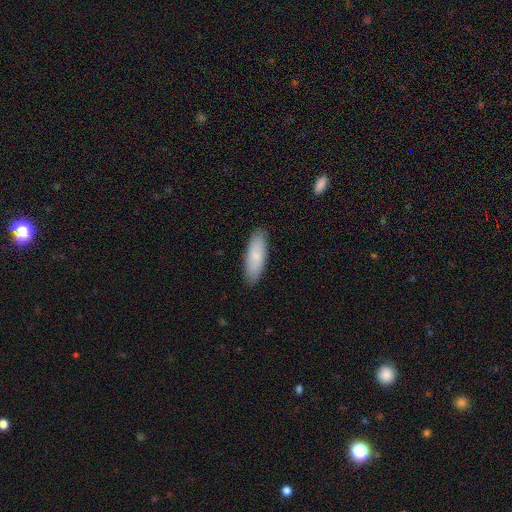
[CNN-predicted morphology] Smooth or featured? Predicted: smooth (p=0.81). How rounded? Predicted: in between (p=0.60). Merging? Predicted: none (p=0.88).